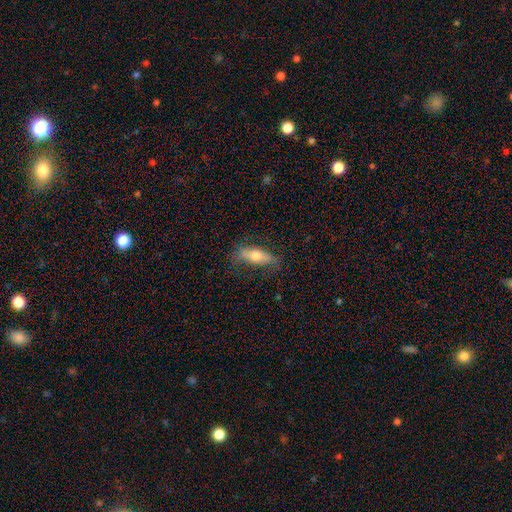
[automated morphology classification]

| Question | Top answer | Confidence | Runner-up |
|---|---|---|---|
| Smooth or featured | smooth | 61% | featured or disk (32%) |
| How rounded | in between | 58% | cigar-shaped (39%) |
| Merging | none | 72% | minor disturbance (20%) |